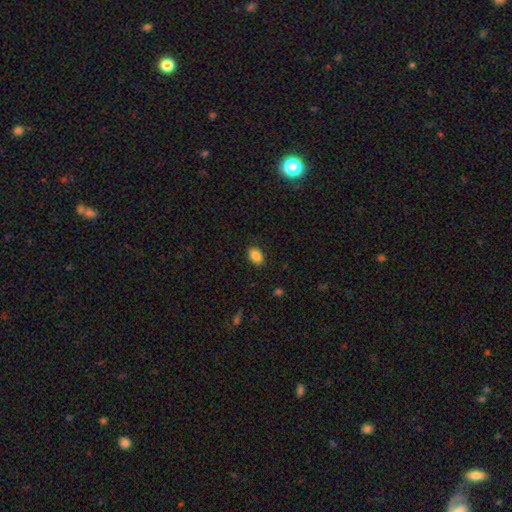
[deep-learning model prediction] Q: Smooth or featured?
A: smooth (87%); runner-up: star or artifact (8%)
Q: How rounded?
A: in between (83%); runner-up: round (16%)
Q: Merging?
A: none (87%); runner-up: minor disturbance (10%)